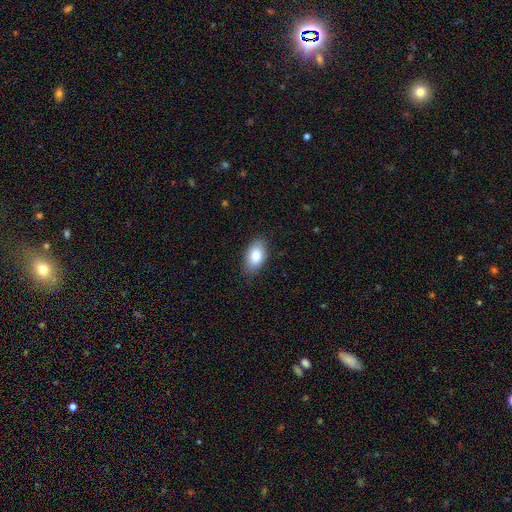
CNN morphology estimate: This is clearly a smooth galaxy (85%). How rounded: clearly in between (93%). Merging: clearly none (85%).